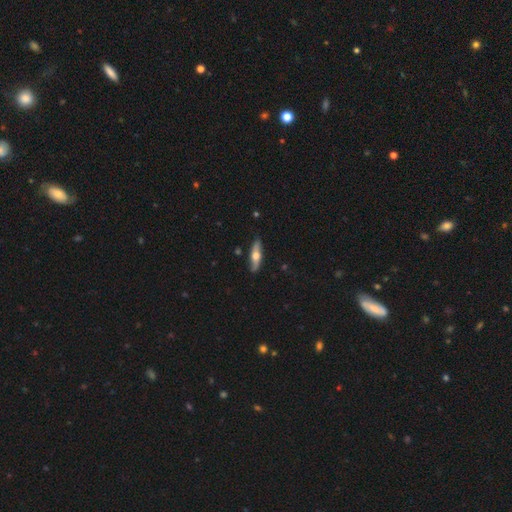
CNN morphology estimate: featured or disk 50%, smooth 45%, star or artifact 5%. Down the decision tree: edge-on disk — yes (74%); merging — none (86%).